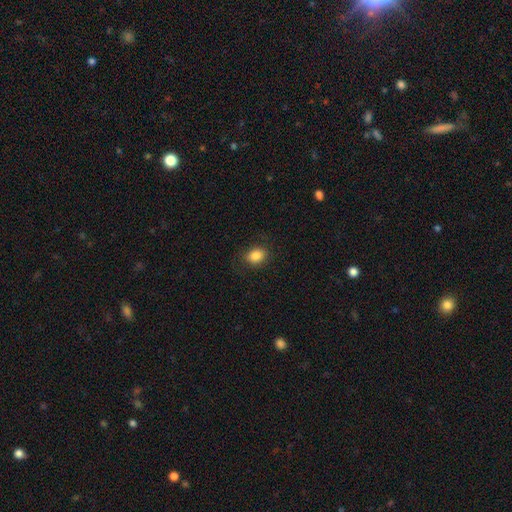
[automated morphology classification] Smooth or featured?
  - smooth: 86% *
  - star or artifact: 10%
  - featured or disk: 5%
How rounded?
  - in between: 57% *
  - round: 42%
  - cigar-shaped: 1%
Merging?
  - none: 83% *
  - minor disturbance: 12%
  - major disturbance: 4%
  - merger: 1%